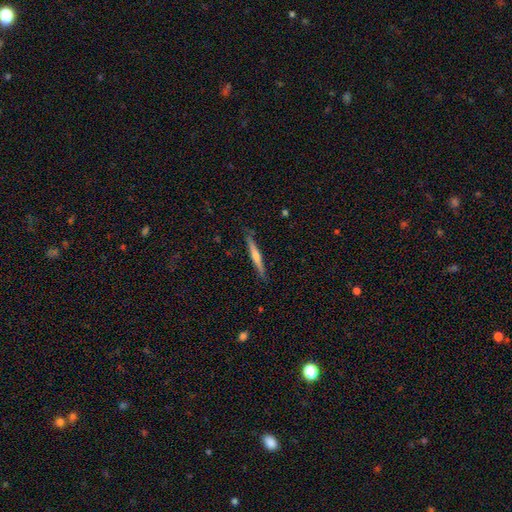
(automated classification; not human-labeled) The model was most divided on "smooth or featured": featured or disk: 57%, smooth: 37%, star or artifact: 6%. More confident: edge-on disk — yes (97%); merging — none (88%); edge-on bulge — rounded (65%).